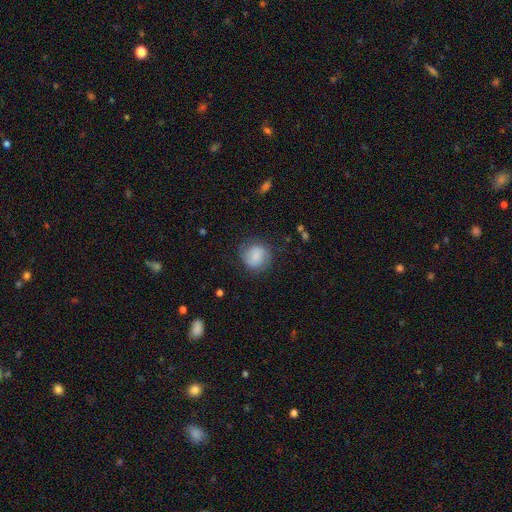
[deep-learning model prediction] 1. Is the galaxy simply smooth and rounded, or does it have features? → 68% smooth, 24% featured or disk, 8% star or artifact.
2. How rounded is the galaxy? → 86% round, 13% in between, 1% cigar-shaped.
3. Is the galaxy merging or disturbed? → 74% none, 17% minor disturbance, 8% major disturbance, 1% merger.